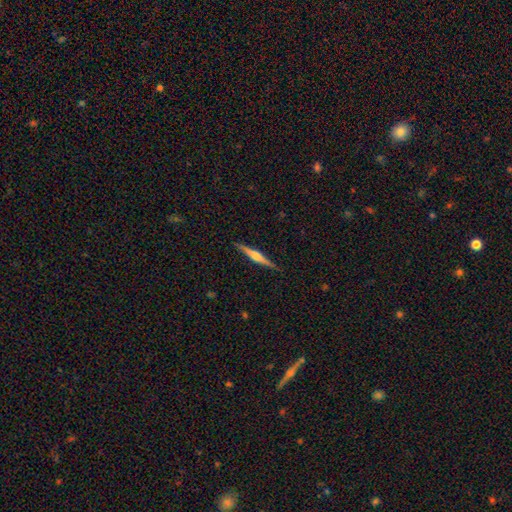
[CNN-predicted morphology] A featured or disk galaxy (73%) viewed edge-on (98%) with a rounded central bulge (81%). Merging: none (90%).